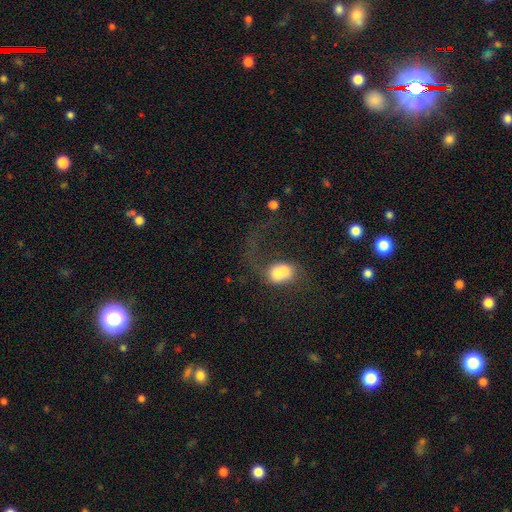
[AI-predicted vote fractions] Smooth or featured? featured or disk (41%)
Merging? none (41%)